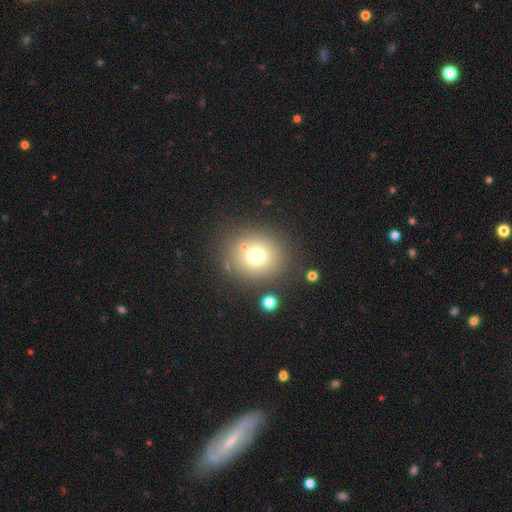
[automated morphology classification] A smooth galaxy with no disk features (71%) that is round (85%).

Vote fractions:
- Smooth or featured? smooth: 71% / star or artifact: 16% / featured or disk: 13%
- How rounded? round: 85% / in between: 14% / cigar-shaped: 1%
- Merging? none: 79% / minor disturbance: 9% / merger: 7% / major disturbance: 5%